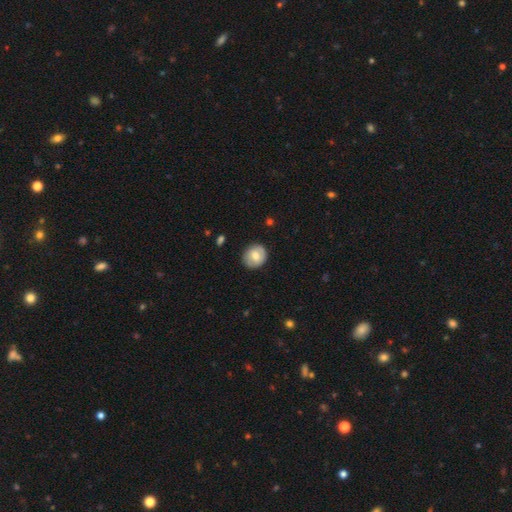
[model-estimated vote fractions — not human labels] The model was most divided on "smooth or featured": smooth: 68%, featured or disk: 25%, star or artifact: 7%. More confident: merging — none (84%); how rounded — round (78%).